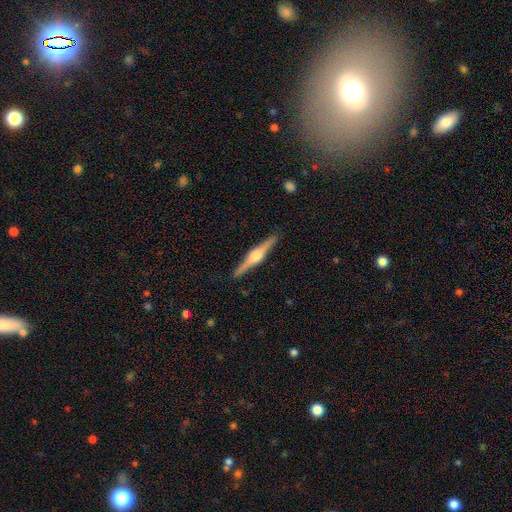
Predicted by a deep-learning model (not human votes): Smooth or featured? Predicted: featured or disk (p=0.83). Edge-on disk? Predicted: yes (p=0.98). Edge-on bulge? Predicted: rounded (p=0.90). Merging? Predicted: none (p=0.91).